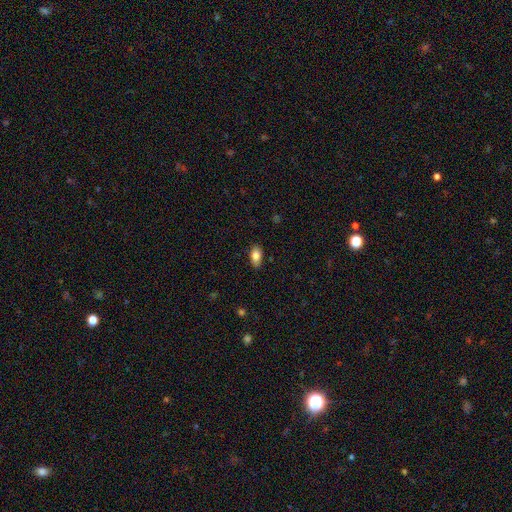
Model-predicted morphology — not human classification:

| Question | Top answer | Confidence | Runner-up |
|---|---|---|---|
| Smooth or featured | smooth | 82% | featured or disk (10%) |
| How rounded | in between | 91% | round (5%) |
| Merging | none | 85% | minor disturbance (12%) |